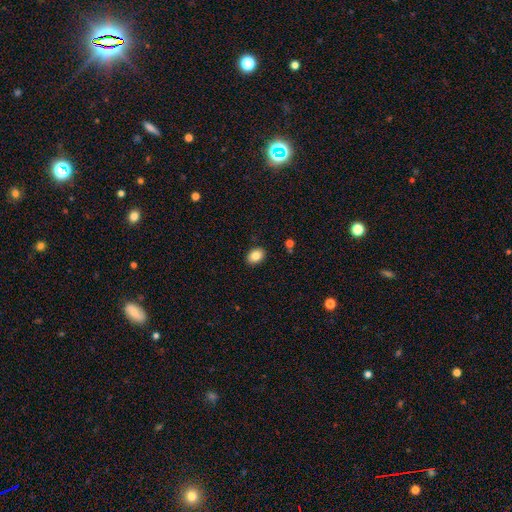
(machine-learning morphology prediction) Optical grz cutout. It shows a smooth galaxy with no disk features (84%) that is in between round and cigar-shaped (76%). Merging: none (89%).